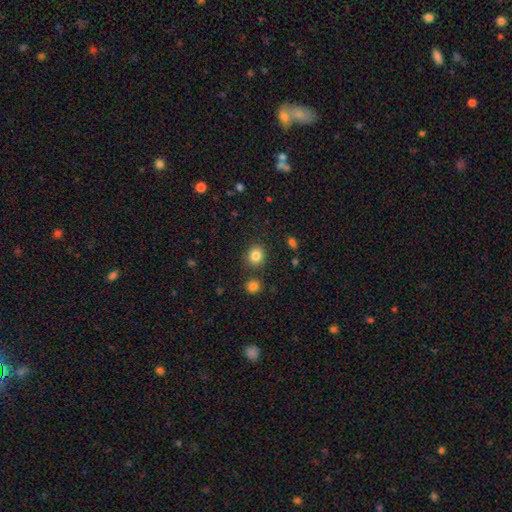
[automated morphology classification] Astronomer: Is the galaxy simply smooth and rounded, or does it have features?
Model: smooth — 84%.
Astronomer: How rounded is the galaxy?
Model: round — 79%.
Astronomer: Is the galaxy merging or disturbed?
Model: none — 84%.